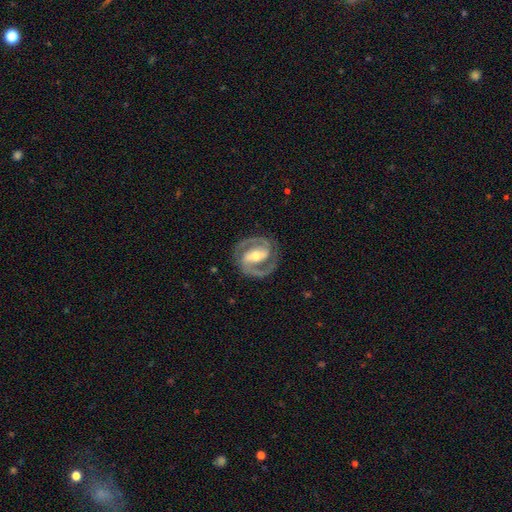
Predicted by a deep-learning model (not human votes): smooth-or-featured: featured or disk: 91% | smooth: 5% | star or artifact: 4%
  disk-edge-on: no: 97% | yes: 3%
    bar: strong: 62% | weak: 27% | no: 12%
    has-spiral-arms: yes: 96% | no: 4%
      spiral-winding: medium: 51% | tight: 42% | loose: 8%
      spiral-arm-count: 2: 93% | can't tell: 2% | 1: 2% | 3: 1% | 4: 1% | more than 4: 1%
    bulge-size: moderate: 62% | small: 30% | large: 6% | none: 1% | dominant: 1%
  merging: none: 85% | minor disturbance: 10% | major disturbance: 4% | merger: 1%